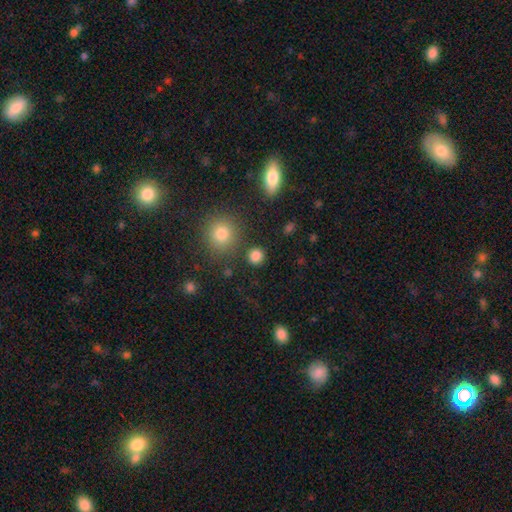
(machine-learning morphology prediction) type=smooth (83%); roundness=round (91%); merging=none (87%).